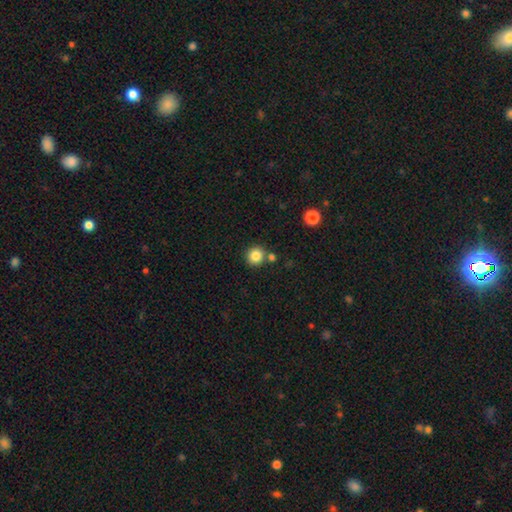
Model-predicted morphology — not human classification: Smooth or featured?
  - smooth: 84% *
  - star or artifact: 11%
  - featured or disk: 5%
How rounded?
  - round: 92% *
  - in between: 7%
  - cigar-shaped: 1%
Merging?
  - none: 78% *
  - merger: 12%
  - minor disturbance: 7%
  - major disturbance: 2%